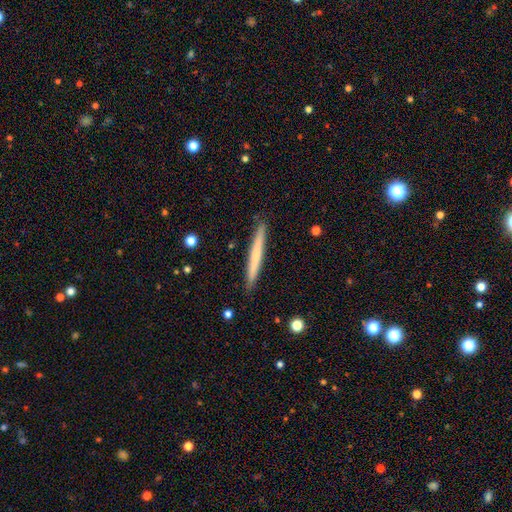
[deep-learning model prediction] Smooth or featured? smooth (60%)
How rounded? cigar-shaped (97%)
Merging? none (91%)